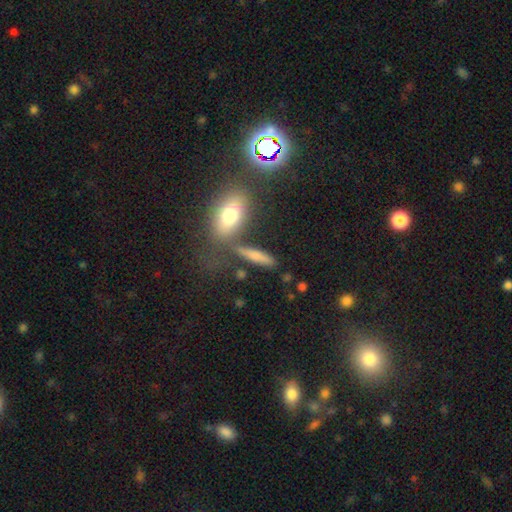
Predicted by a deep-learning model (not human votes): smooth_or_featured: smooth (p=0.70) [alt: featured or disk p=0.21]
how_rounded: cigar-shaped (p=0.69) [alt: in between p=0.24]
merging: none (p=0.66) [alt: minor disturbance p=0.14]